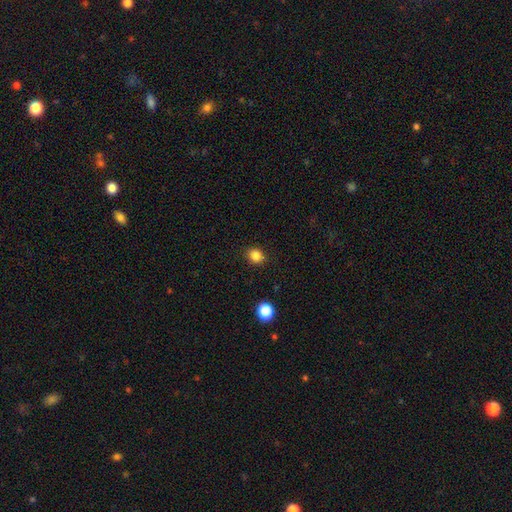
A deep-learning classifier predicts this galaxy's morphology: type=smooth (85%); roundness=round (67%); merging=none (89%).